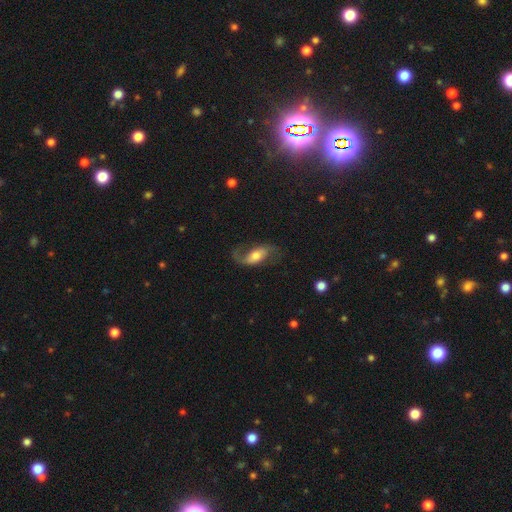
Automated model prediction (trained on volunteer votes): Smooth or featured?
  - featured or disk: 74% *
  - smooth: 20%
  - star or artifact: 7%
Edge-on disk?
  - no: 94% *
  - yes: 6%
Bar?
  - no: 41% *
  - weak: 36%
  - strong: 23%
Spiral arms?
  - yes: 92% *
  - no: 8%
Spiral winding?
  - loose: 69% *
  - medium: 25%
  - tight: 6%
Spiral arm count?
  - 2: 85% *
  - 1: 9%
  - can't tell: 3%
  - 3: 1%
  - 4: 1%
  - more than 4: 1%
Bulge size?
  - moderate: 57% *
  - small: 22%
  - large: 16%
  - none: 2%
  - dominant: 2%
Merging?
  - none: 63% *
  - major disturbance: 18%
  - minor disturbance: 17%
  - merger: 2%